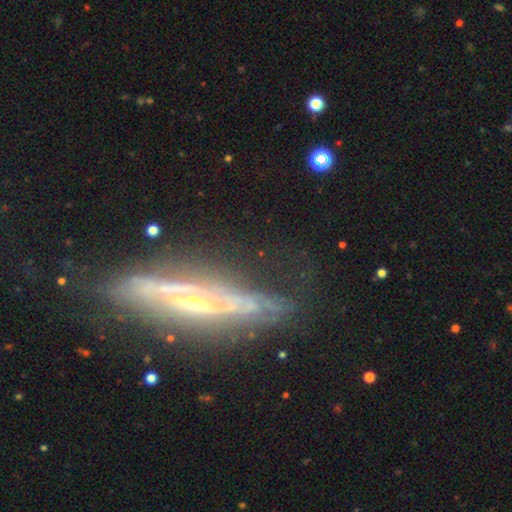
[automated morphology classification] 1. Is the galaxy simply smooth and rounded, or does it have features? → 78% featured or disk, 14% smooth, 8% star or artifact.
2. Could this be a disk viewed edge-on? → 63% yes, 37% no.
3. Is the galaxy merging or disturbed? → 65% none, 22% minor disturbance, 10% major disturbance, 3% merger.